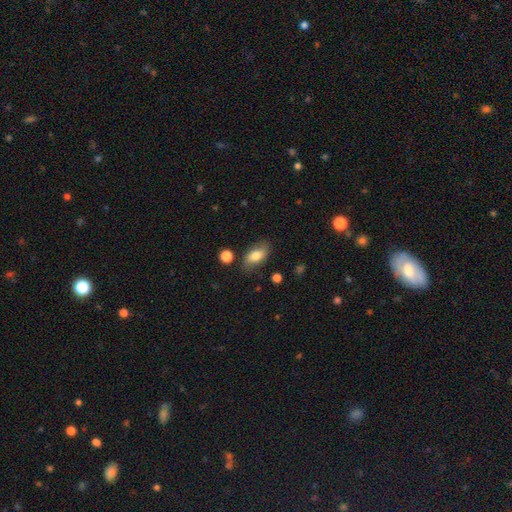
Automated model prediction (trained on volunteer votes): Overall: smooth (74%). How rounded: in between (89%). Merging: none (78%).